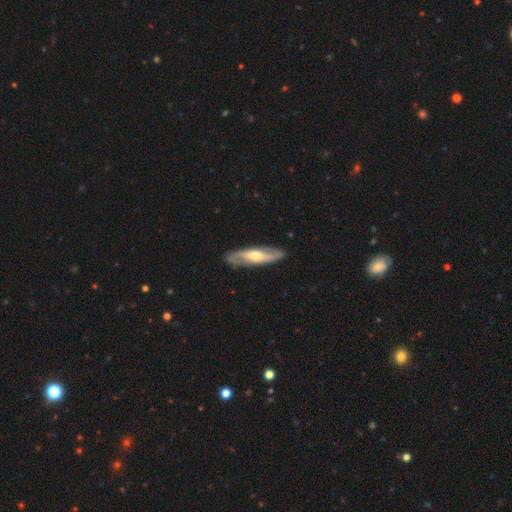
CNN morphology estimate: Smooth or featured? Predicted: featured or disk (p=0.67). Edge-on disk? Predicted: no (p=0.69). Merging? Predicted: none (p=0.86).